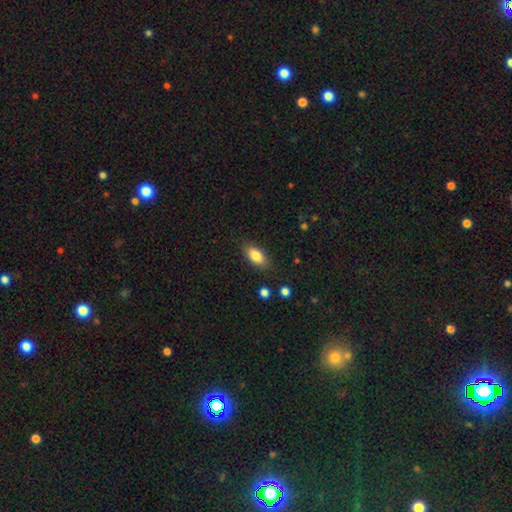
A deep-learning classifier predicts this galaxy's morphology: Q: Smooth or featured?
A: smooth (83%); runner-up: featured or disk (9%)
Q: How rounded?
A: in between (88%); runner-up: cigar-shaped (8%)
Q: Merging?
A: none (85%); runner-up: minor disturbance (11%)